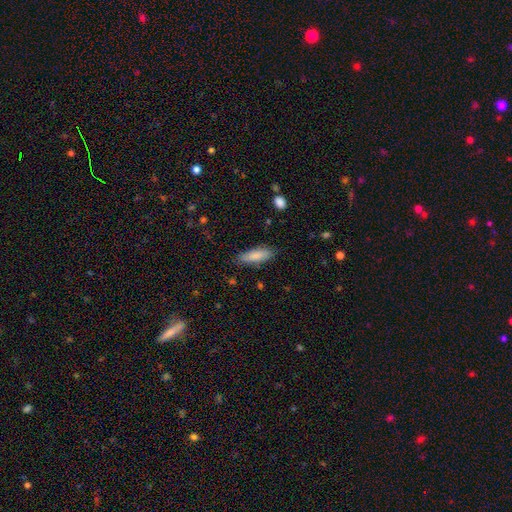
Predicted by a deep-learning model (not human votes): The model was most divided on "how rounded": in between: 54%, cigar-shaped: 45%, round: 2%. More confident: smooth or featured — smooth (84%); merging — none (80%).